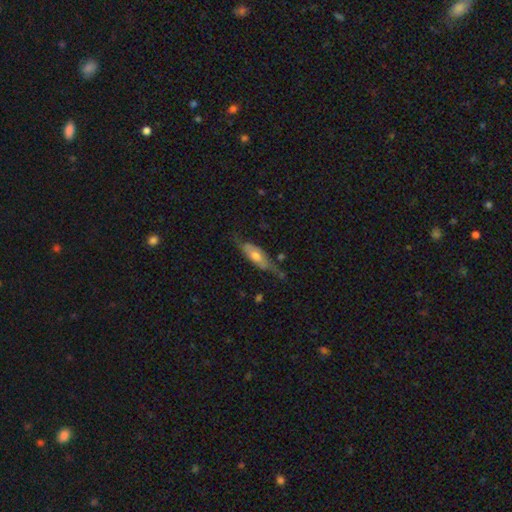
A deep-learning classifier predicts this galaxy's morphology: Smooth or featured? featured or disk (49%)
Merging? none (51%)